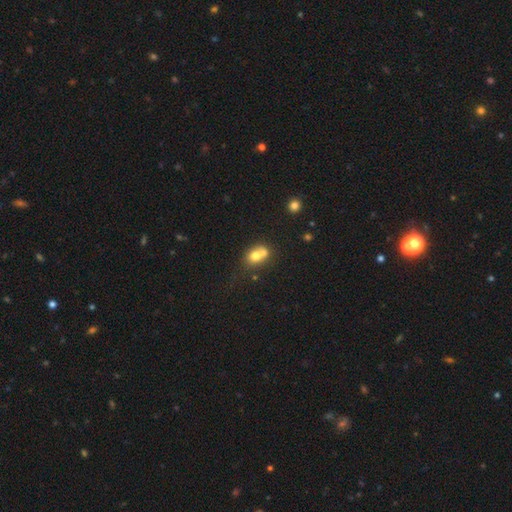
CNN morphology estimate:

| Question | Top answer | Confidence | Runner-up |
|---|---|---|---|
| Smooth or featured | smooth | 70% | featured or disk (19%) |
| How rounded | in between | 57% | round (41%) |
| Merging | merger | 53% | none (30%) |